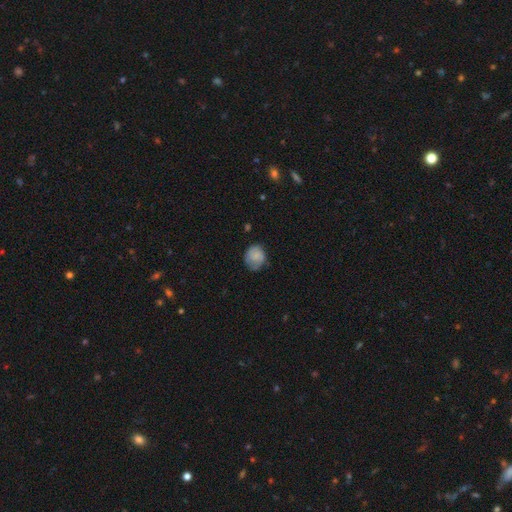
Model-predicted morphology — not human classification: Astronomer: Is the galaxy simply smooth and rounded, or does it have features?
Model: smooth — 72%.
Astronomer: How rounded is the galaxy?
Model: round — 67%.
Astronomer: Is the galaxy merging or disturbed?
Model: none — 61%.